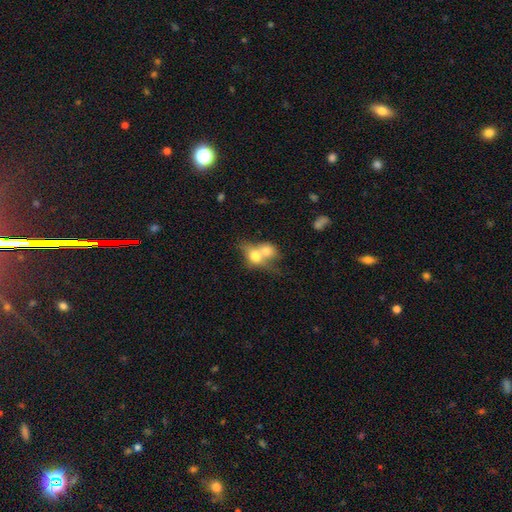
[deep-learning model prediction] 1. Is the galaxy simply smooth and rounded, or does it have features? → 68% smooth, 24% featured or disk, 8% star or artifact.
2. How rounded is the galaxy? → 52% round, 45% in between, 3% cigar-shaped.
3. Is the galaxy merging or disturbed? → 78% merger, 12% none, 5% minor disturbance, 5% major disturbance.